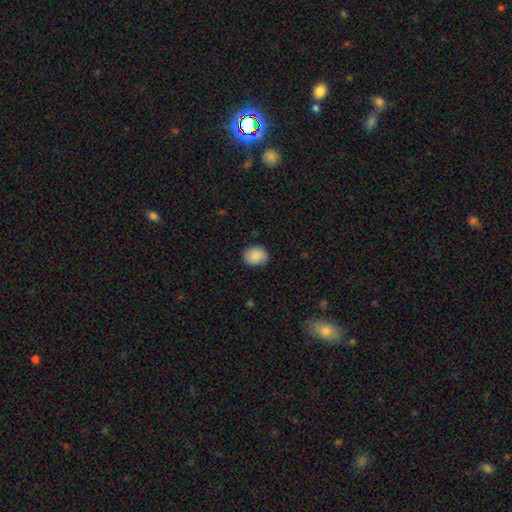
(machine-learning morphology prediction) Smooth or featured? Predicted: smooth (p=0.88). How rounded? Predicted: round (p=0.66). Merging? Predicted: none (p=0.83).